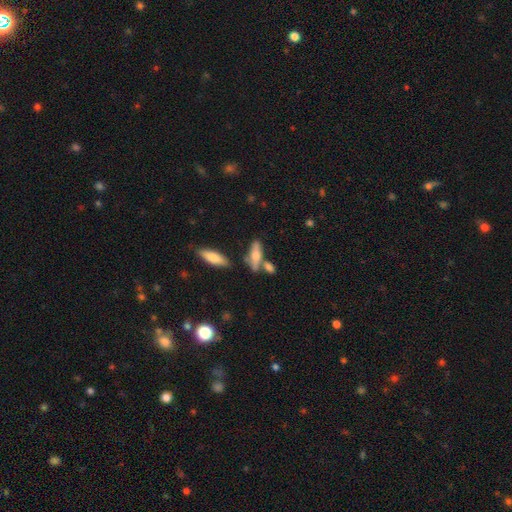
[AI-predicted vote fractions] Smooth or featured? smooth (59%)
How rounded? in between (50%)
Merging? none (53%)